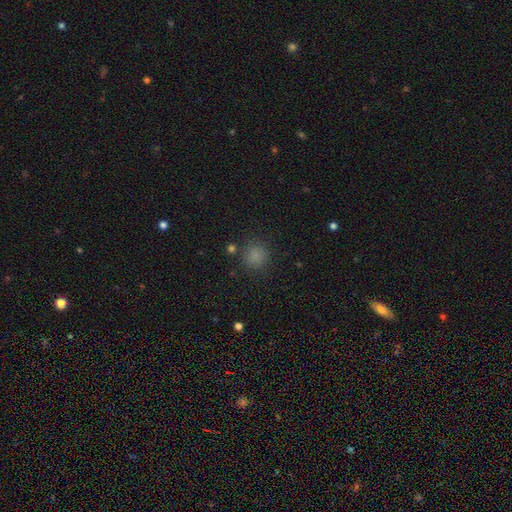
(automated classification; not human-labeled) smooth 80%, star or artifact 15%, featured or disk 4%. Down the decision tree: how rounded — round (90%); merging — none (85%).